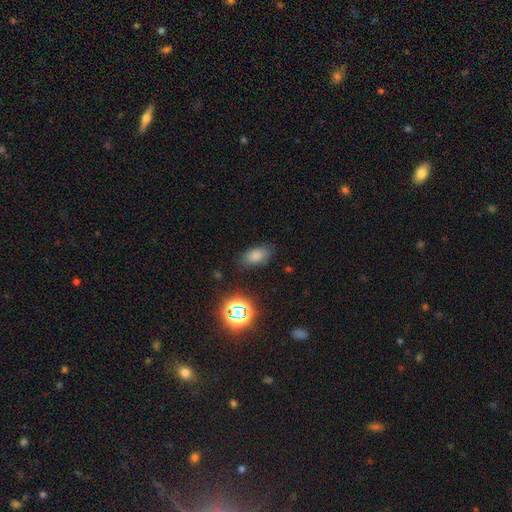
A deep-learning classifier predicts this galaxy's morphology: smooth 76%, star or artifact 17%, featured or disk 7%. Down the decision tree: how rounded — in between (89%); merging — none (79%).